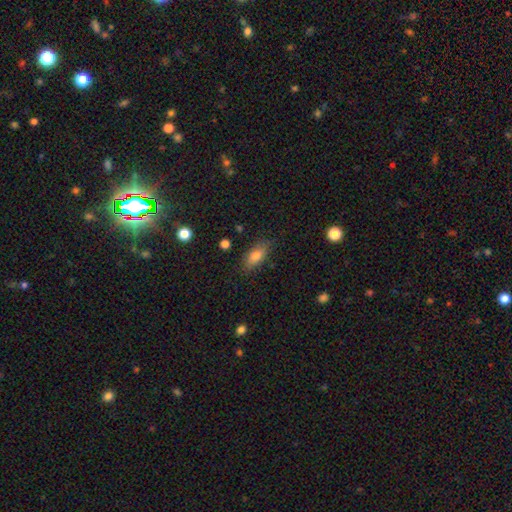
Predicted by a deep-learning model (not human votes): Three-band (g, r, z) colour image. It shows a smooth galaxy with no disk features (76%) that is in between round and cigar-shaped (81%). Merging: none (80%).